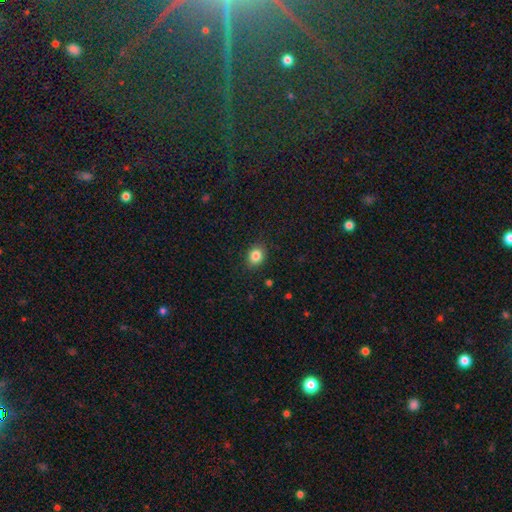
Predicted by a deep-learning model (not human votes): This appears to be a smooth galaxy with no disk features (84%) that is round (57%). Merging: none (88%).